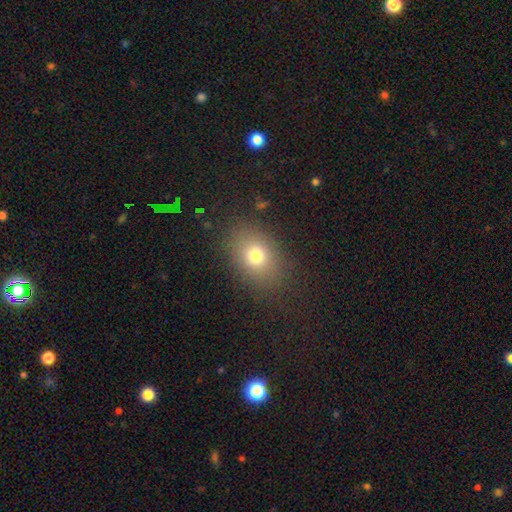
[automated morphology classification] Q: Smooth or featured?
A: smooth (74%); runner-up: star or artifact (14%)
Q: How rounded?
A: in between (63%); runner-up: round (36%)
Q: Merging?
A: none (82%); runner-up: minor disturbance (11%)